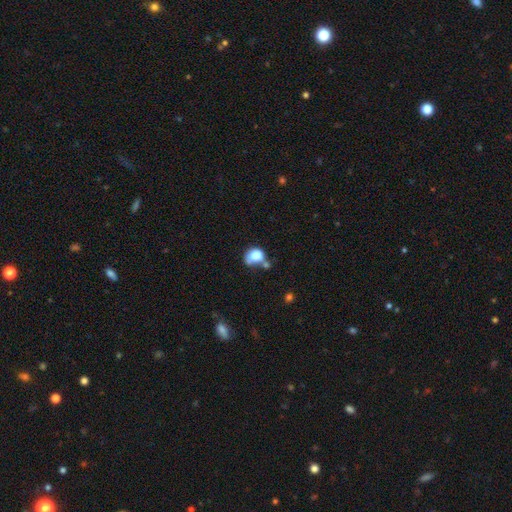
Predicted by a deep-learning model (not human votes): A smooth galaxy with no disk features (78%) that is round (51%).

Vote fractions:
- Smooth or featured? smooth: 78% / featured or disk: 12% / star or artifact: 10%
- How rounded? round: 51% / in between: 48% / cigar-shaped: 1%
- Merging? none: 34% / merger: 28% / minor disturbance: 23% / major disturbance: 14%